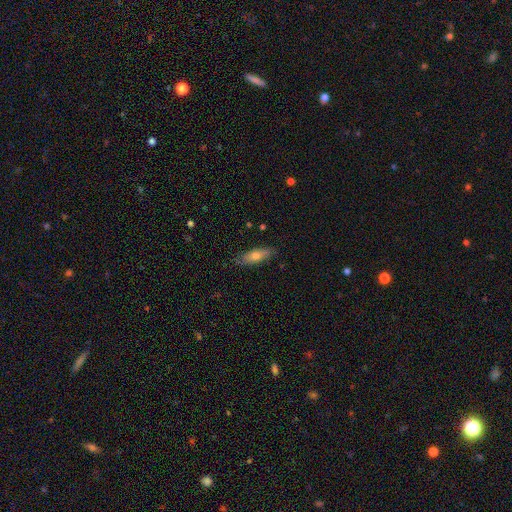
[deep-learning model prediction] The model was most divided on "how rounded": in between: 51%, cigar-shaped: 47%, round: 3%. More confident: merging — none (80%); smooth or featured — smooth (62%).